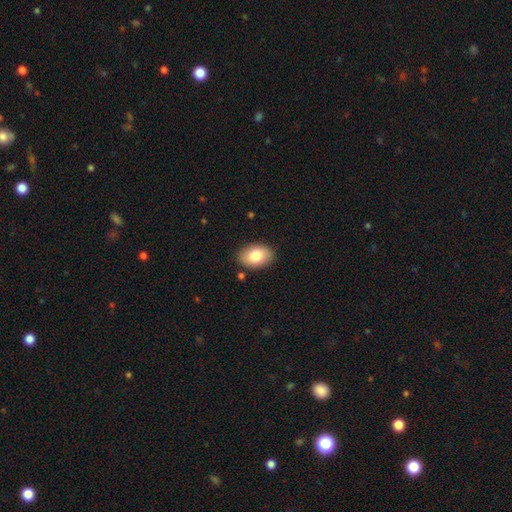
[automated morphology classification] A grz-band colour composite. It shows a smooth galaxy with no disk features (81%) that is in between round and cigar-shaped (85%). Merging: none (87%).